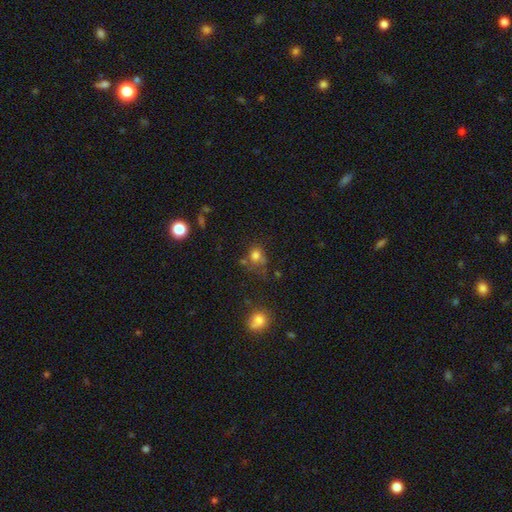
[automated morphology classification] A smooth galaxy with no disk features (73%) that is round (70%).

Vote fractions:
- Smooth or featured? smooth: 73% / star or artifact: 17% / featured or disk: 10%
- How rounded? round: 70% / in between: 28% / cigar-shaped: 1%
- Merging? none: 53% / minor disturbance: 19% / merger: 17% / major disturbance: 11%